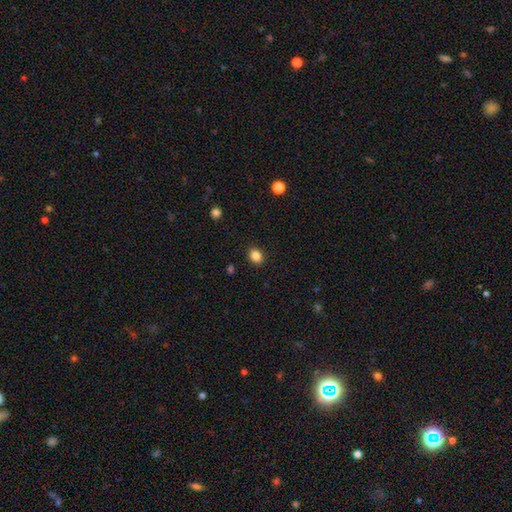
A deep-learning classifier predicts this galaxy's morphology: Q: Smooth or featured?
A: smooth (86%); runner-up: star or artifact (10%)
Q: How rounded?
A: in between (53%); runner-up: round (46%)
Q: Merging?
A: none (90%); runner-up: minor disturbance (7%)